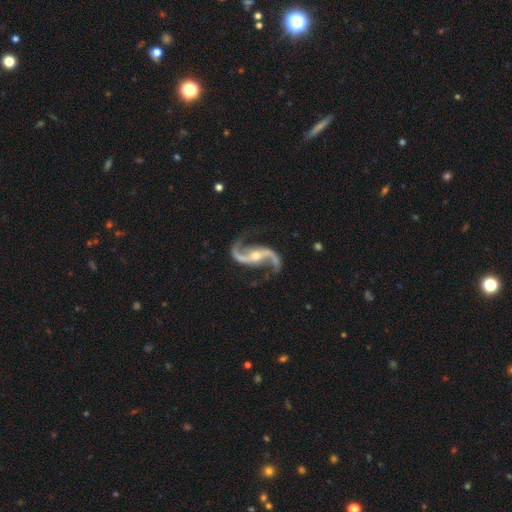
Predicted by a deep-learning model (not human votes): Smooth or featured: featured or disk — 94% (star or artifact — 4%)
Edge-on disk: no — 98% (yes — 2%)
Bar: no — 42% (strong — 29%)
Spiral arms: yes — 98% (no — 2%)
Spiral winding: loose — 70% (medium — 24%)
Spiral arm count: 2 — 95% (1 — 1%)
Bulge size: moderate — 53% (small — 43%)
Merging: none — 80% (minor disturbance — 12%)